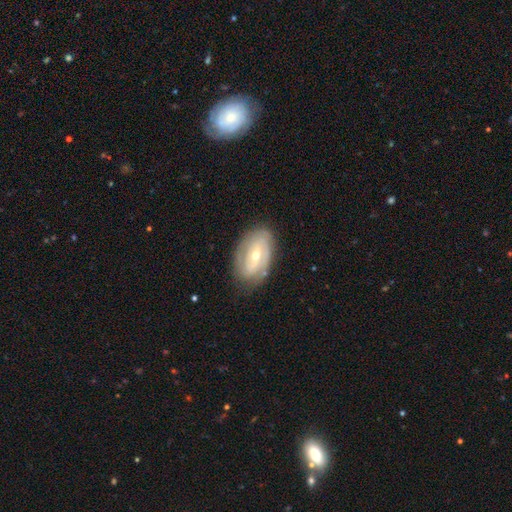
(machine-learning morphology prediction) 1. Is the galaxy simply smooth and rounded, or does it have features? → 77% featured or disk, 16% smooth, 6% star or artifact.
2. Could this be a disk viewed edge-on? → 94% no, 6% yes.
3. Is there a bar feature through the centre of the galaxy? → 40% weak, 34% no, 26% strong.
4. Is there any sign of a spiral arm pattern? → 83% yes, 17% no.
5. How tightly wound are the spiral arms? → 58% tight, 31% medium, 11% loose.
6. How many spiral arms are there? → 52% 2, 29% can't tell, 10% 3, 4% 1, 3% 4, 2% more than 4.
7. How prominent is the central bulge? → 52% small, 45% moderate, 1% large, 1% none, 1% dominant.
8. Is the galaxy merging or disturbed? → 78% none, 16% minor disturbance, 5% major disturbance, 1% merger.